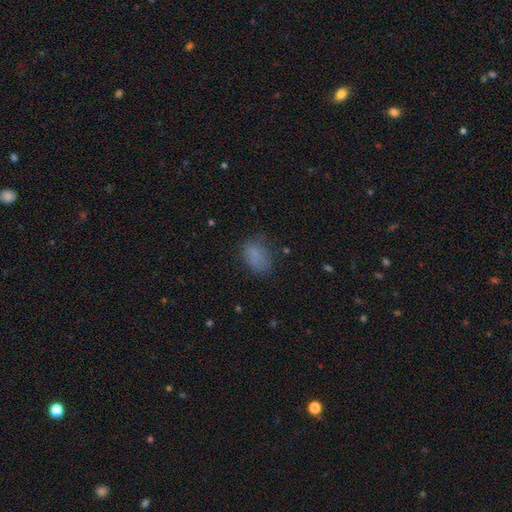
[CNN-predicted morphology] type=smooth (79%); roundness=in between (75%); merging=none (65%).